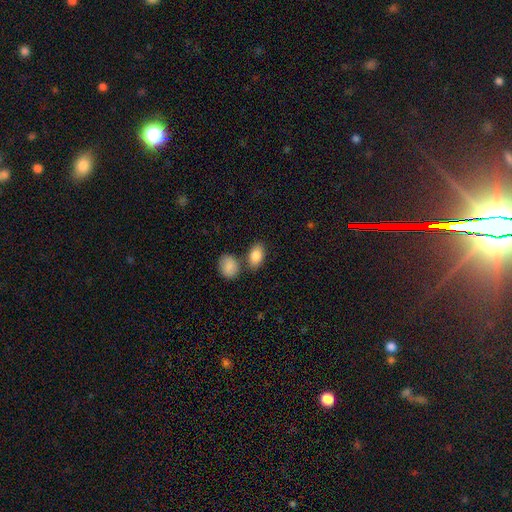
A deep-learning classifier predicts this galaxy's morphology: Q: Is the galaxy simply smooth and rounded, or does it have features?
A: smooth — 87%.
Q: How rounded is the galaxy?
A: in between — 89%.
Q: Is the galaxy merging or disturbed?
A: none — 66%.